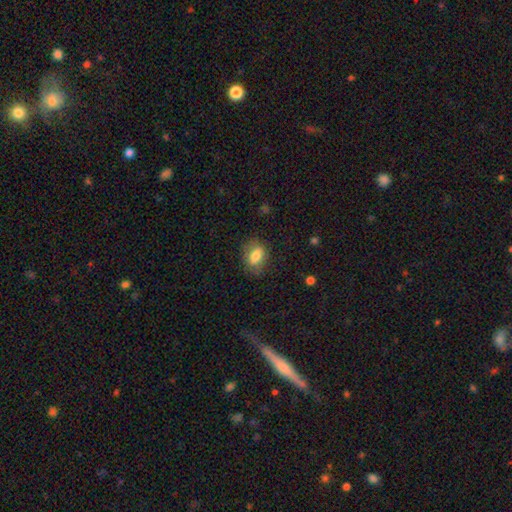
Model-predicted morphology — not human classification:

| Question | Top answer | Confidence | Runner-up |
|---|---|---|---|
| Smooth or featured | smooth | 78% | featured or disk (14%) |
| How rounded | in between | 77% | round (21%) |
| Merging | none | 74% | minor disturbance (18%) |